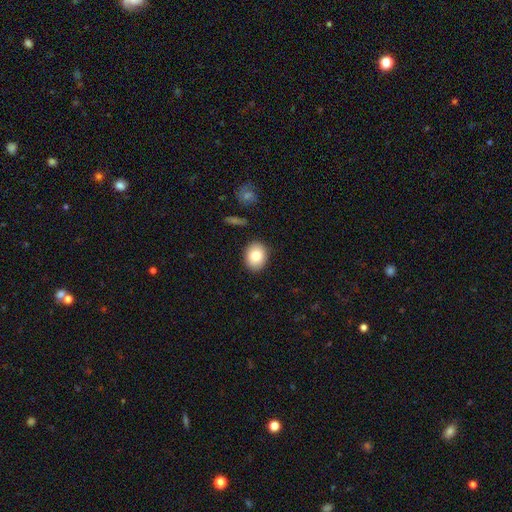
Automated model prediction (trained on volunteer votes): smooth_or_featured: smooth (p=0.82) [alt: featured or disk p=0.10]
how_rounded: in between (p=0.52) [alt: round p=0.47]
merging: none (p=0.89) [alt: minor disturbance p=0.08]